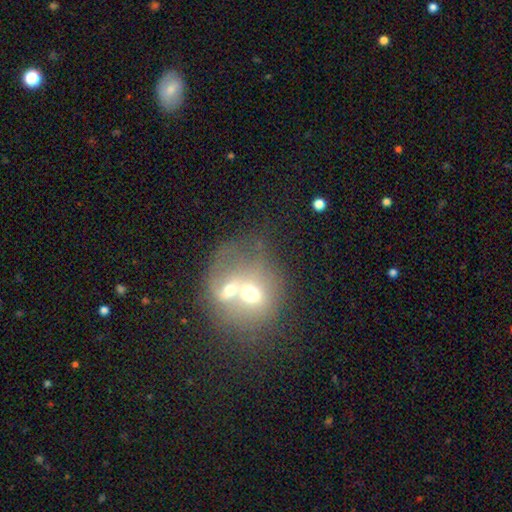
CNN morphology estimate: The model was most divided on "smooth or featured": smooth: 45%, featured or disk: 35%, star or artifact: 19%. More confident: merging — merger (69%).